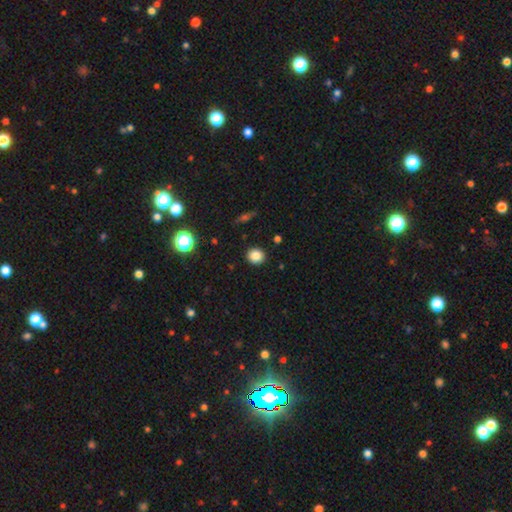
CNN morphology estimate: This appears to be a smooth galaxy with no disk features (84%) that is round (84%). Merging: none (91%).